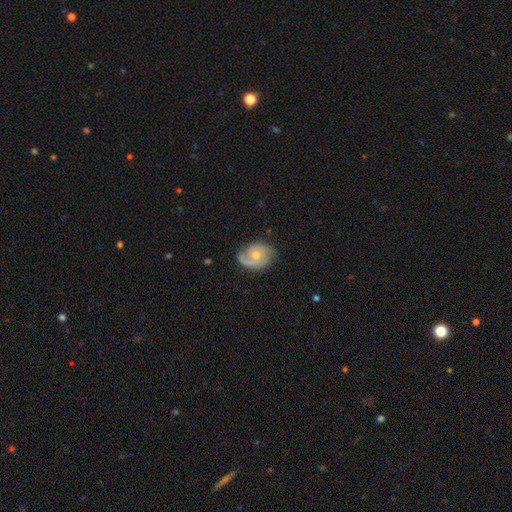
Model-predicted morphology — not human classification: This is likely a featured or disk galaxy (73%). It is clearly not viewed edge-on (97%). Bar: likely no (74%). Spiral arm pattern: clearly yes (89%). Spiral arm count: possibly 2 (58%). Spiral winding: marginally medium (43%). Central bulge: possibly moderate (58%). Merging: likely none (64%).